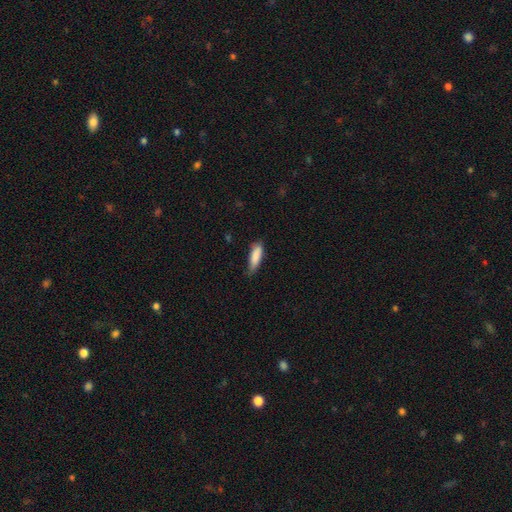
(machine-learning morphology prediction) Smooth or featured?
  - smooth: 86% *
  - featured or disk: 8%
  - star or artifact: 6%
How rounded?
  - in between: 50% *
  - cigar-shaped: 49%
  - round: 2%
Merging?
  - none: 61% *
  - minor disturbance: 32%
  - major disturbance: 5%
  - merger: 2%